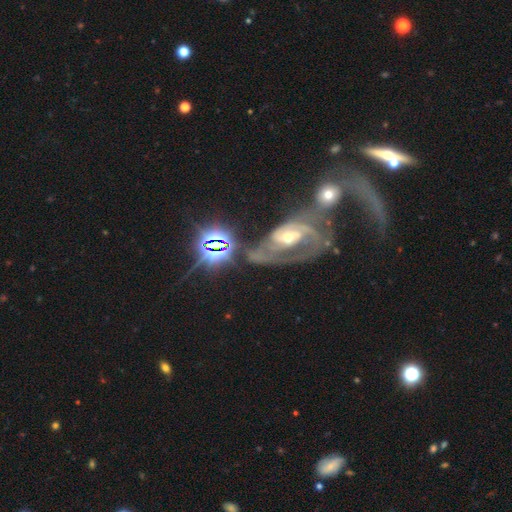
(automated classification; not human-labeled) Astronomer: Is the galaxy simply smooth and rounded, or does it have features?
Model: featured or disk — 73%.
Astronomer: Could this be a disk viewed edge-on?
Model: no — 90%.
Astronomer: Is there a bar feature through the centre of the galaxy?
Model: no — 55%.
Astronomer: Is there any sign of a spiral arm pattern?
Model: yes — 76%.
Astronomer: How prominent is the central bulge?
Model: moderate — 55% (runner-up: small, 33%).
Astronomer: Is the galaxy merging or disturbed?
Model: merger — 36% (runner-up: none, 28%).